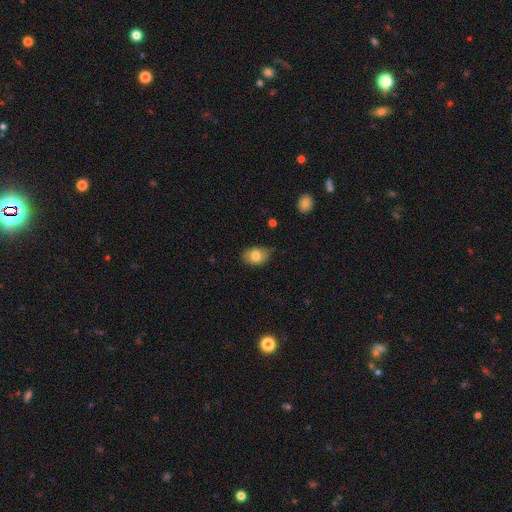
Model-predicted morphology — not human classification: Smooth or featured? Predicted: smooth (p=0.79). How rounded? Predicted: in between (p=0.79). Merging? Predicted: none (p=0.69).